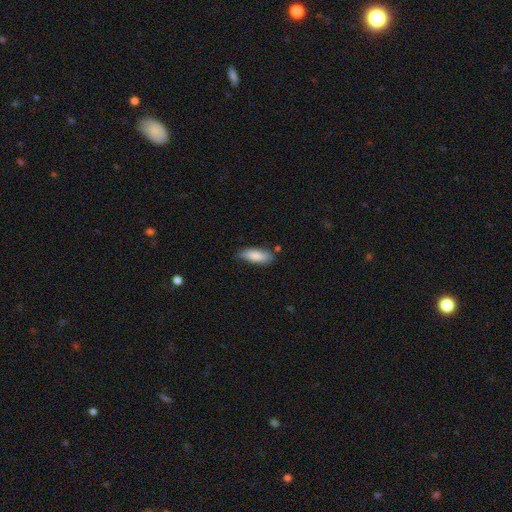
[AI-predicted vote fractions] Smooth or featured? Predicted: smooth (p=0.85). How rounded? Predicted: in between (p=0.70). Merging? Predicted: none (p=0.66).